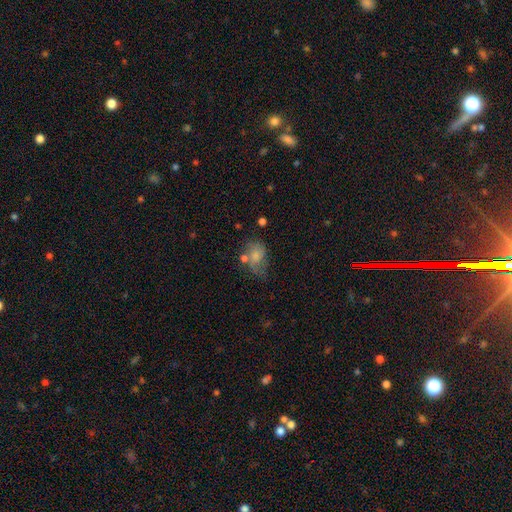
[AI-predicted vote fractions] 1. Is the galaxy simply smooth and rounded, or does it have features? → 65% smooth, 25% featured or disk, 10% star or artifact.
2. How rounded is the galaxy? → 74% in between, 24% round, 2% cigar-shaped.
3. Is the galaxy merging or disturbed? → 33% none, 29% minor disturbance, 24% major disturbance, 14% merger.